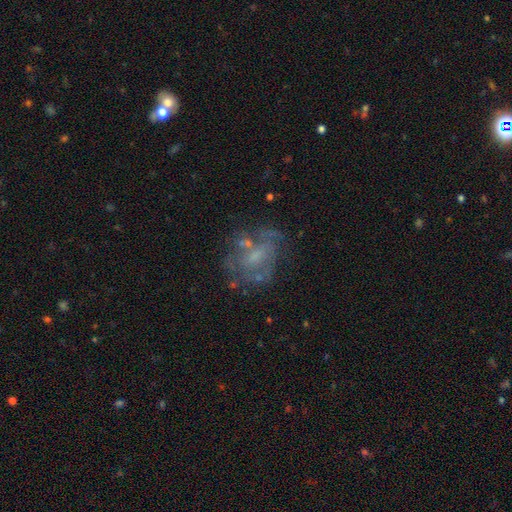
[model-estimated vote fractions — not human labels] A featured or disk galaxy (62%) with no bar (66%), no spiral arms (58%) and a small central bulge (39%). Merging: none (53%).